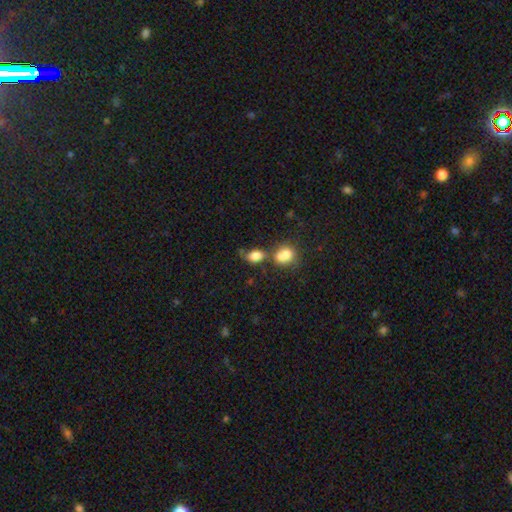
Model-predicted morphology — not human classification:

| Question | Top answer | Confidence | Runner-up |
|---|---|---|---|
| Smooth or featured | smooth | 80% | star or artifact (10%) |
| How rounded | in between | 74% | round (23%) |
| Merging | merger | 40% | none (35%) |